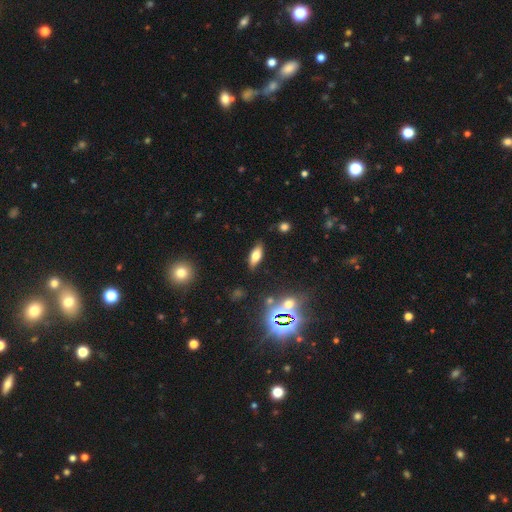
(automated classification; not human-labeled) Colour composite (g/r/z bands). It shows a smooth galaxy with no disk features (63%) that is in between round and cigar-shaped (71%). Merging: none (85%).